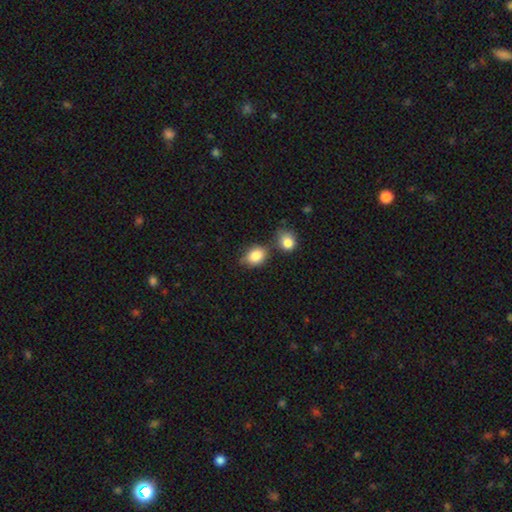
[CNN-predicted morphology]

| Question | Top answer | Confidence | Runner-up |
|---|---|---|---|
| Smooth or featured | smooth | 84% | star or artifact (8%) |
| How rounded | in between | 60% | round (39%) |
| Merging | none | 58% | minor disturbance (18%) |